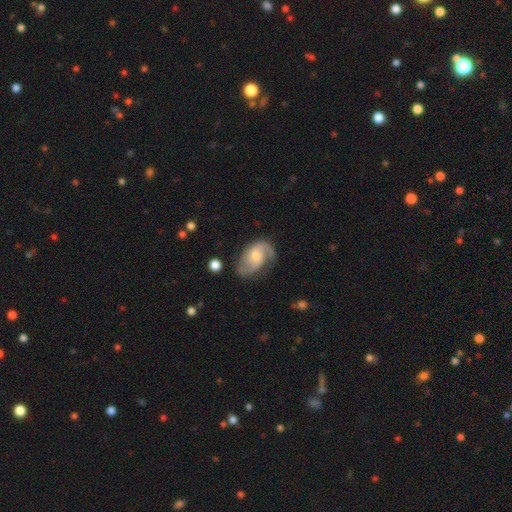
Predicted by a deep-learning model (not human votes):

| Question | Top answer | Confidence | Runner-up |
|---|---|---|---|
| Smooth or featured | featured or disk | 81% | smooth (13%) |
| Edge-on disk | no | 97% | yes (3%) |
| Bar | no | 56% | weak (38%) |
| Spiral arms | yes | 96% | no (4%) |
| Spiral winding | medium | 47% | loose (33%) |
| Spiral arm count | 2 | 79% | 1 (11%) |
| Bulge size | moderate | 46% | small (42%) |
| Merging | none | 66% | minor disturbance (21%) |